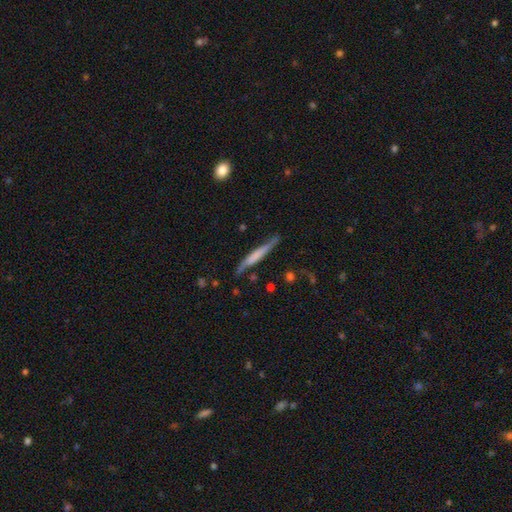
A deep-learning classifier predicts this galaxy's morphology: Smooth or featured? featured or disk (51%)
Edge-on disk? yes (88%)
Merging? none (71%)